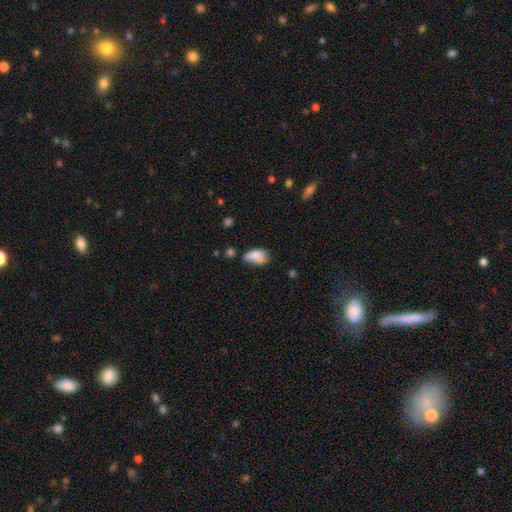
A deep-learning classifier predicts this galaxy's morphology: Overall: smooth (77%). How rounded: in between (90%). Merging: none (41%; minor disturbance 37%).